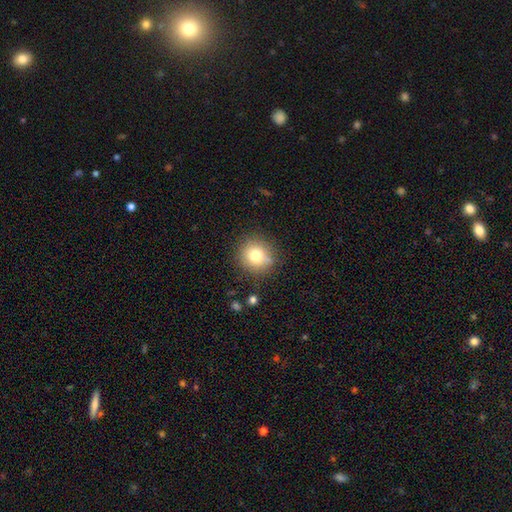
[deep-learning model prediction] smooth 77%, star or artifact 12%, featured or disk 11%. Down the decision tree: how rounded — round (90%); merging — none (83%).